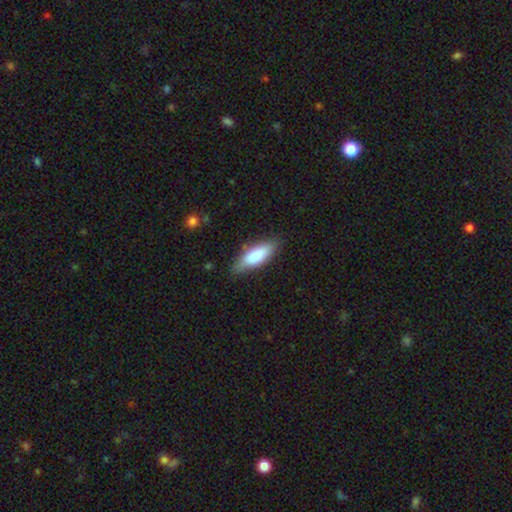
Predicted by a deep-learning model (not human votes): Q: Smooth or featured?
A: smooth (76%); runner-up: featured or disk (18%)
Q: How rounded?
A: in between (59%); runner-up: cigar-shaped (39%)
Q: Merging?
A: none (76%); runner-up: minor disturbance (18%)